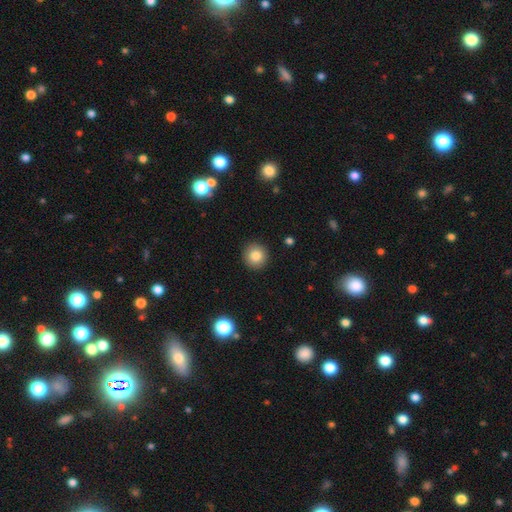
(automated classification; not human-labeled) Smooth or featured? Predicted: smooth (p=0.83). How rounded? Predicted: round (p=0.93). Merging? Predicted: none (p=0.92).